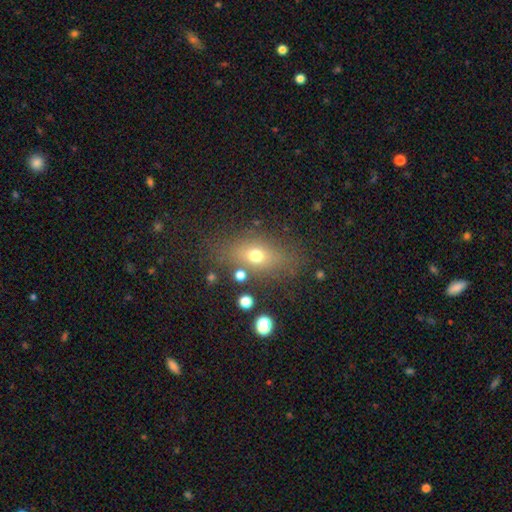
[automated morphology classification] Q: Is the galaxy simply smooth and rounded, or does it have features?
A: smooth — 64%.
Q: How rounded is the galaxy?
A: in between — 67%.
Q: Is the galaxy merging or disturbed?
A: none — 73%.